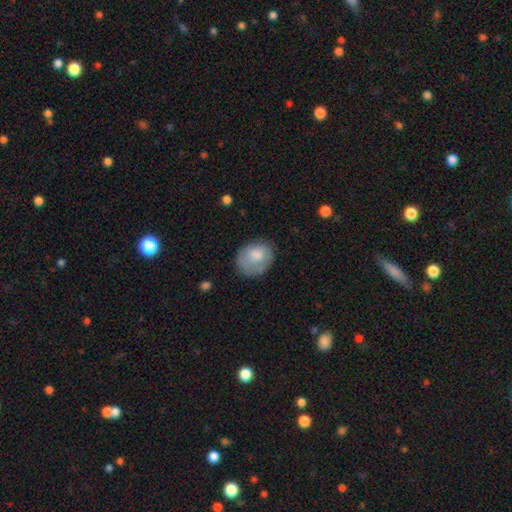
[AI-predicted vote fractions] A smooth galaxy with no disk features (76%) that is round (50%, tied with in between). Merging: none (62%).